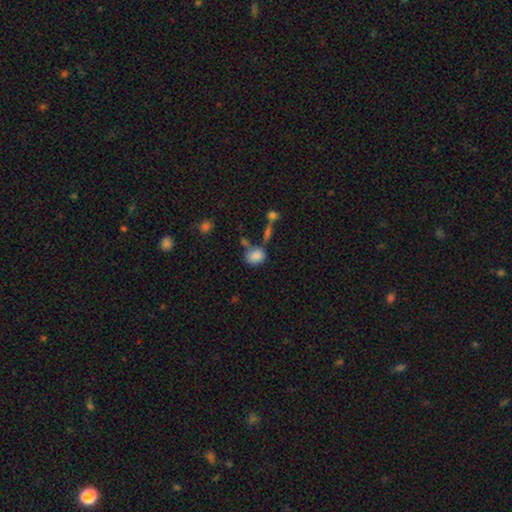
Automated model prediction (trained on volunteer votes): The model was most divided on "how rounded": in between: 54%, round: 44%, cigar-shaped: 2%. More confident: smooth or featured — smooth (84%); merging — none (55%).